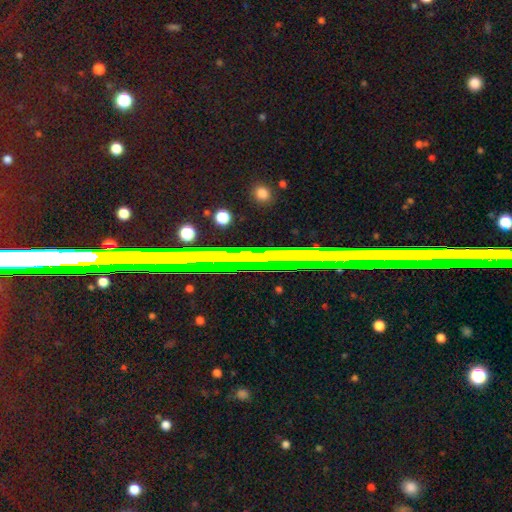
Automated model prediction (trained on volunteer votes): star or artifact 81%, featured or disk 11%, smooth 8%.